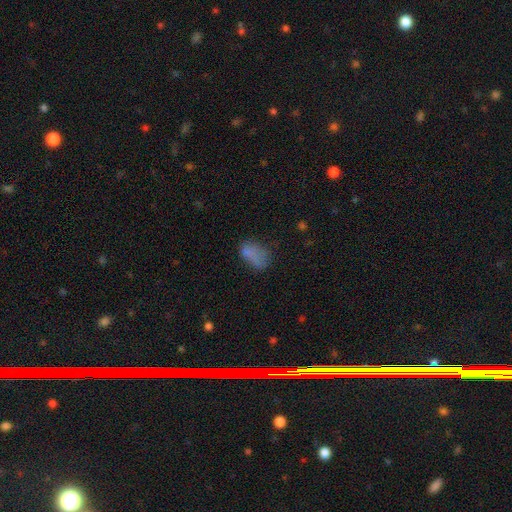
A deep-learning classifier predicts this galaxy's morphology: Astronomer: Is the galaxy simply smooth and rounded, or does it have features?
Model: smooth — 73%.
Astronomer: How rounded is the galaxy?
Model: in between — 87%.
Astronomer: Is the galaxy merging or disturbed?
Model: none — 43% (runner-up: minor disturbance, 28%).